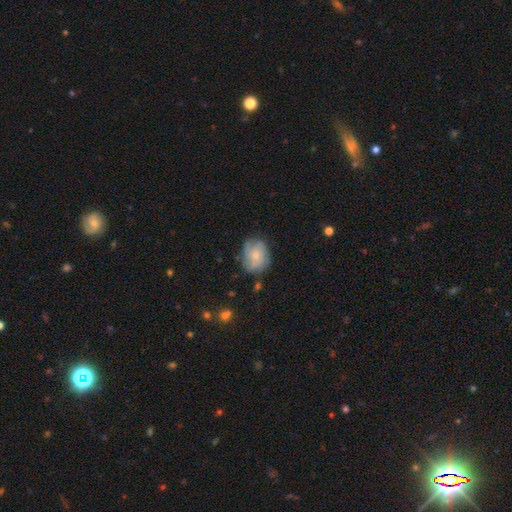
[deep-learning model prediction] smooth_or_featured: featured or disk (p=0.49) [alt: smooth p=0.44]
merging: none (p=0.66) [alt: minor disturbance p=0.23]